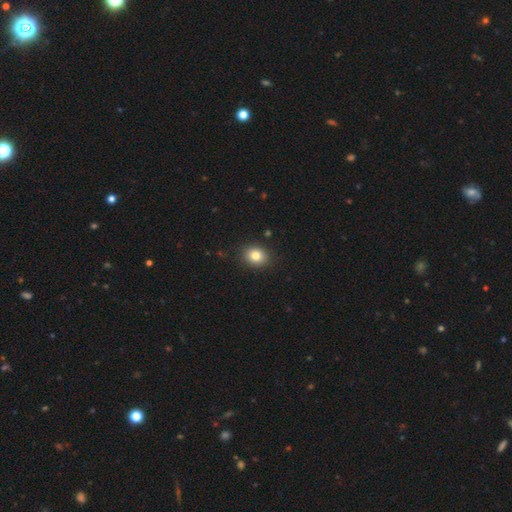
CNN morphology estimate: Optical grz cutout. It shows a smooth galaxy with no disk features (82%) that is round (60%). Merging: none (90%).